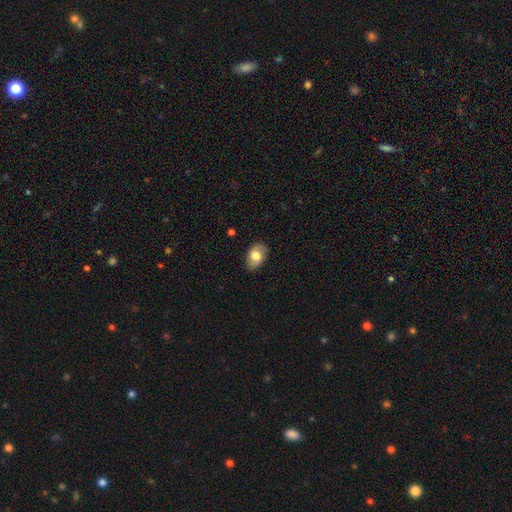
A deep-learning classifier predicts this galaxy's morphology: A smooth galaxy with no disk features (74%) that is in between round and cigar-shaped (84%). Merging: none (80%).